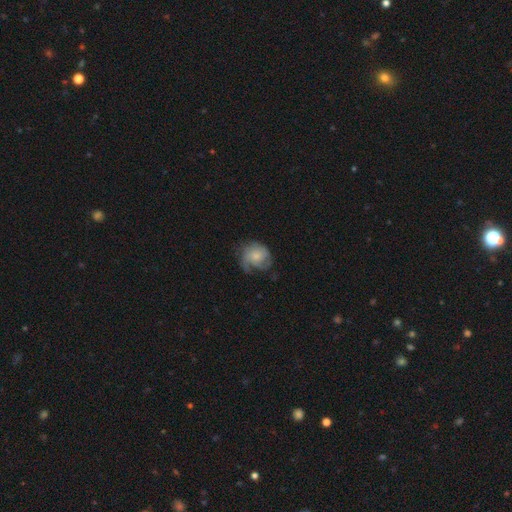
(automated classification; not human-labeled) featured or disk 52%, smooth 41%, star or artifact 7%. Down the decision tree: edge-on disk — no (98%); bar — no (81%); spiral arms — yes (82%); bulge size — small (51%); merging — none (49%).